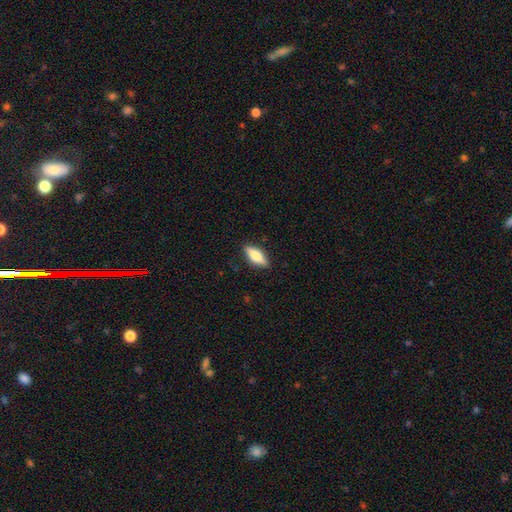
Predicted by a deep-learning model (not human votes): Smooth or featured? Predicted: smooth (p=0.70). How rounded? Predicted: in between (p=0.69). Merging? Predicted: none (p=0.87).